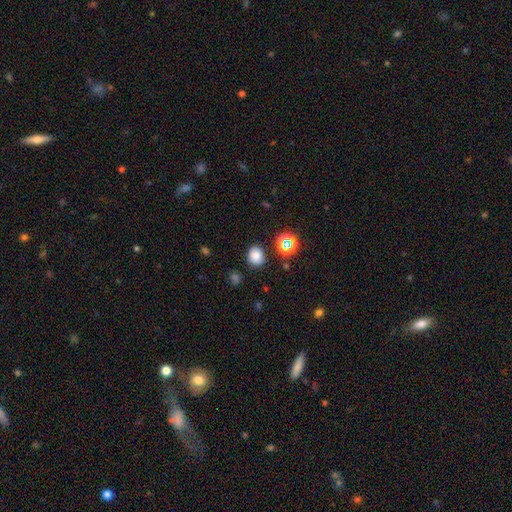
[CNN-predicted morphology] A smooth galaxy with no disk features (77%) that is round (65%).

Vote fractions:
- Smooth or featured? smooth: 77% / star or artifact: 17% / featured or disk: 6%
- How rounded? round: 65% / in between: 34% / cigar-shaped: 1%
- Merging? none: 85% / minor disturbance: 9% / major disturbance: 3% / merger: 3%